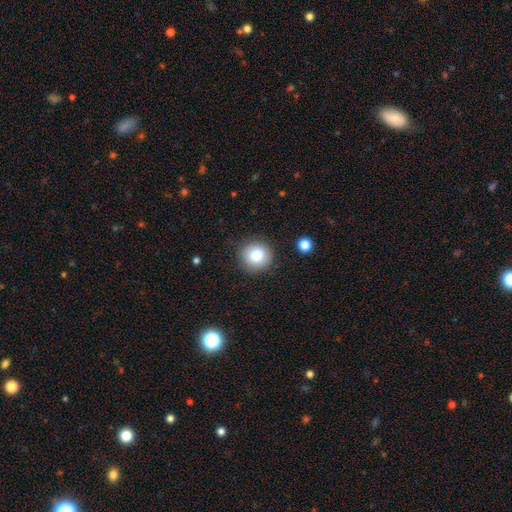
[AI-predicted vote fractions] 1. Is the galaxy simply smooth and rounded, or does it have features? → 81% smooth, 10% star or artifact, 9% featured or disk.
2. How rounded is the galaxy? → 93% round, 6% in between, 1% cigar-shaped.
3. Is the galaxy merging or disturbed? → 87% none, 9% minor disturbance, 3% major disturbance, 2% merger.